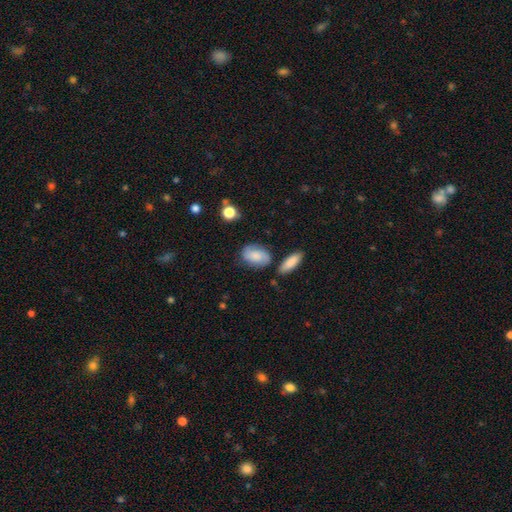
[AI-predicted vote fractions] Smooth or featured?
  - smooth: 58% *
  - featured or disk: 34%
  - star or artifact: 8%
How rounded?
  - in between: 80% *
  - round: 18%
  - cigar-shaped: 2%
Merging?
  - none: 67% *
  - minor disturbance: 20%
  - merger: 7%
  - major disturbance: 6%